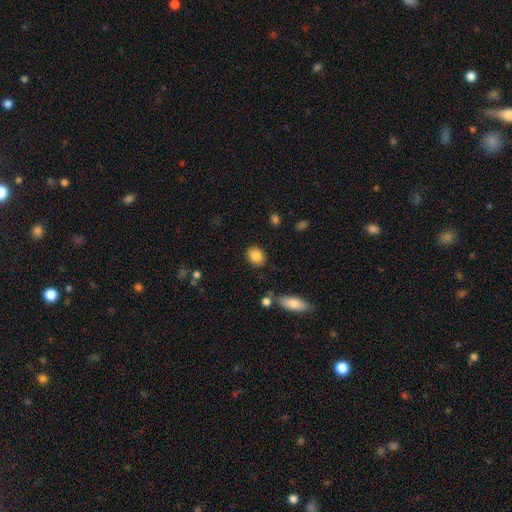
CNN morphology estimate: Smooth or featured? smooth (86%)
How rounded? round (53%)
Merging? none (86%)